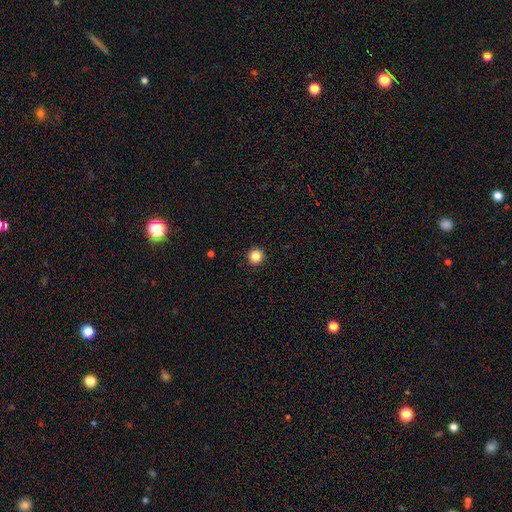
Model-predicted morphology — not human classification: A smooth galaxy with no disk features (85%) that is round (96%).

Vote fractions:
- Smooth or featured? smooth: 85% / star or artifact: 11% / featured or disk: 4%
- How rounded? round: 96% / in between: 3% / cigar-shaped: 1%
- Merging? none: 93% / minor disturbance: 4% / major disturbance: 1% / merger: 1%